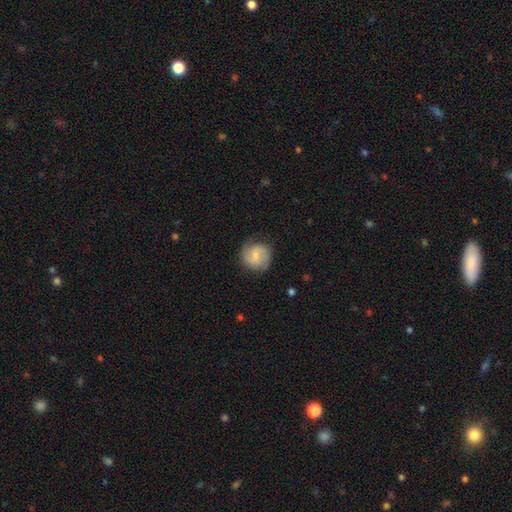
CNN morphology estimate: type=featured or disk (62%); edge-on=no (98%); bar=weak (55%); spiral arms=yes (93%); winding=medium (48%); arm count=2 (86%); bulge=small (51%); merging=none (81%).